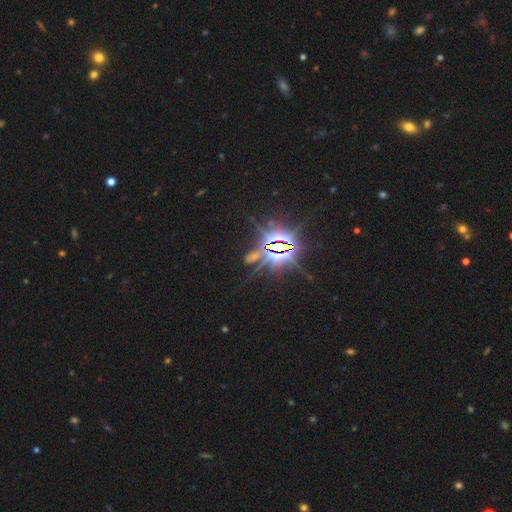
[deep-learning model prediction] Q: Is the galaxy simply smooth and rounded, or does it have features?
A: star or artifact — 85%.